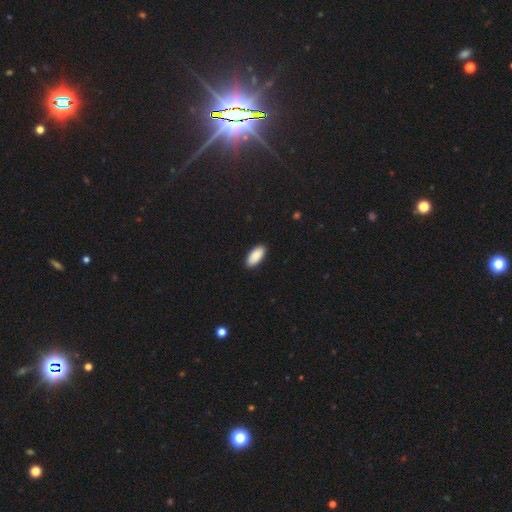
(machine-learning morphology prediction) Smooth or featured? Predicted: smooth (p=0.91). How rounded? Predicted: in between (p=0.92). Merging? Predicted: none (p=0.90).